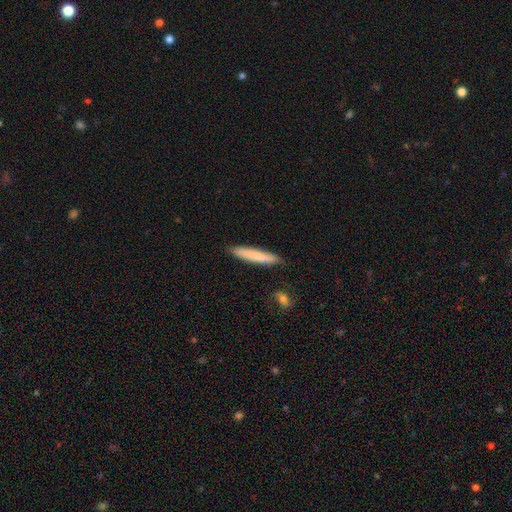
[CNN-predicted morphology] A smooth galaxy with no disk features (76%) that is cigar-shaped (93%). Merging: none (86%).